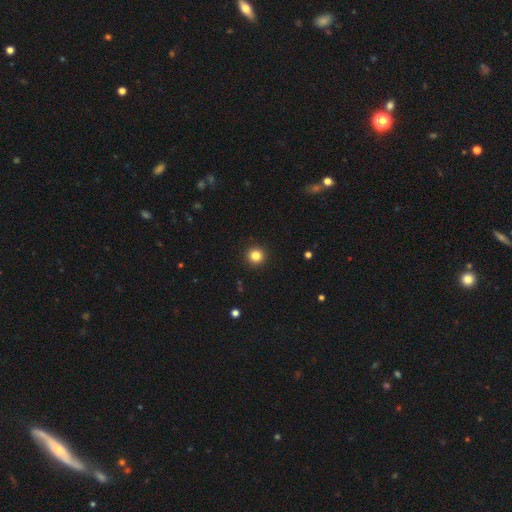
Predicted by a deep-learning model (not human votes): A smooth galaxy with no disk features (83%) that is round (95%).

Vote fractions:
- Smooth or featured? smooth: 83% / star or artifact: 12% / featured or disk: 4%
- How rounded? round: 95% / in between: 4% / cigar-shaped: 1%
- Merging? none: 93% / minor disturbance: 4% / major disturbance: 2% / merger: 1%